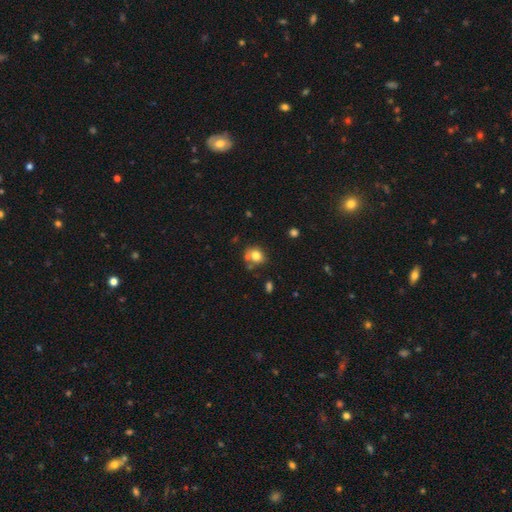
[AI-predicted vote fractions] A smooth galaxy with no disk features (78%) that is round (63%). Merging: none (58%).